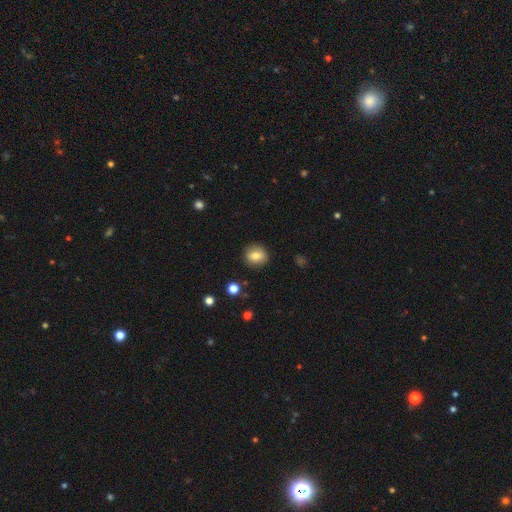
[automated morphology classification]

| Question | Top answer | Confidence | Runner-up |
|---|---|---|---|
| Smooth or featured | smooth | 78% | featured or disk (12%) |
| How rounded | round | 79% | in between (19%) |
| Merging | none | 88% | minor disturbance (8%) |